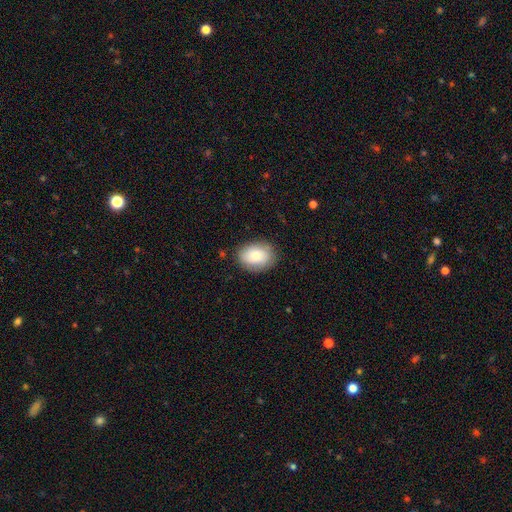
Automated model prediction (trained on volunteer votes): Smooth or featured? Predicted: smooth (p=0.81). How rounded? Predicted: in between (p=0.76). Merging? Predicted: none (p=0.82).